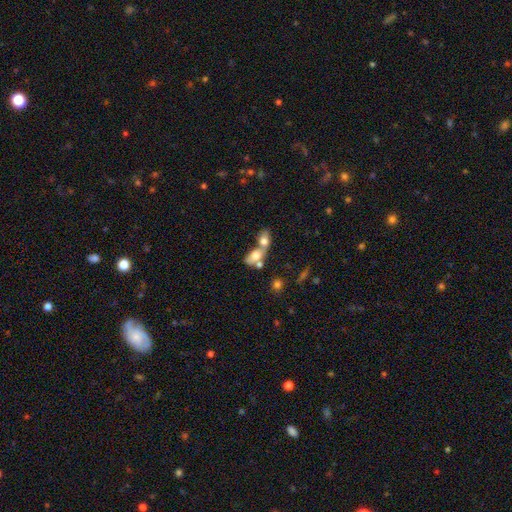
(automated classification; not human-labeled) This is likely a smooth galaxy (67%). How rounded: likely in between (72%). Merging: likely merger (75%).